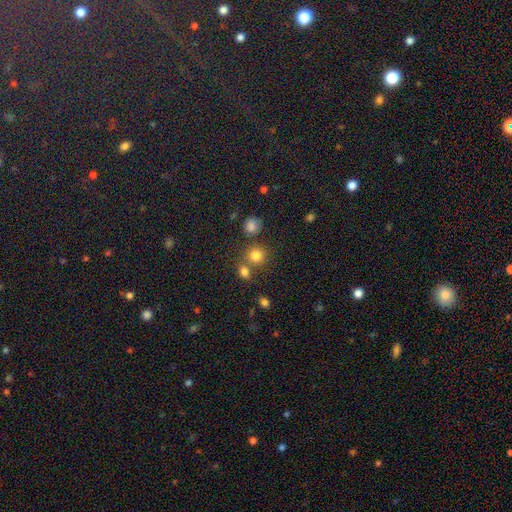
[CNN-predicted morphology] Smooth or featured? Predicted: smooth (p=0.79). How rounded? Predicted: round (p=0.85). Merging? Predicted: none (p=0.65).